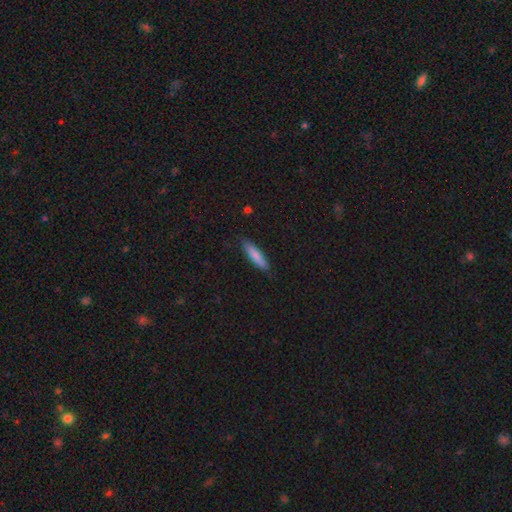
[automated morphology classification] Smooth or featured: smooth — 83% (featured or disk — 12%)
How rounded: cigar-shaped — 81% (in between — 18%)
Merging: none — 88% (minor disturbance — 10%)